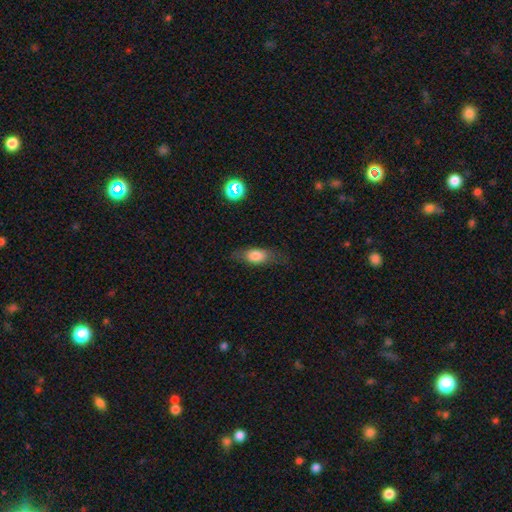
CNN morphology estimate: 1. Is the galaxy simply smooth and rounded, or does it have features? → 71% smooth, 20% featured or disk, 9% star or artifact.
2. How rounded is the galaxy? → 73% in between, 18% cigar-shaped, 9% round.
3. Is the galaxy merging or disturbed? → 70% none, 20% minor disturbance, 9% major disturbance, 1% merger.